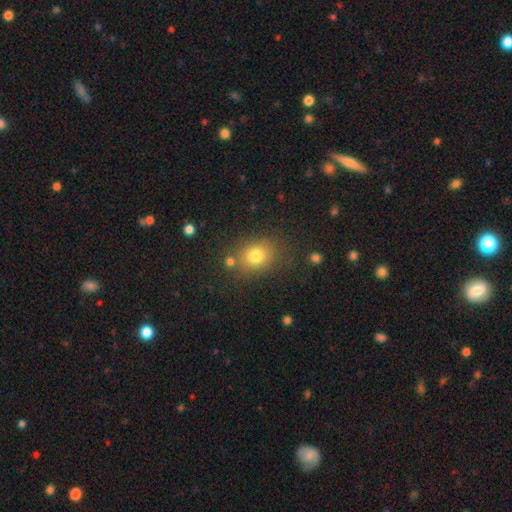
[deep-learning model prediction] Smooth or featured?
  - smooth: 78% *
  - star or artifact: 13%
  - featured or disk: 9%
How rounded?
  - round: 56% *
  - in between: 43%
  - cigar-shaped: 1%
Merging?
  - none: 75% *
  - minor disturbance: 13%
  - merger: 8%
  - major disturbance: 5%